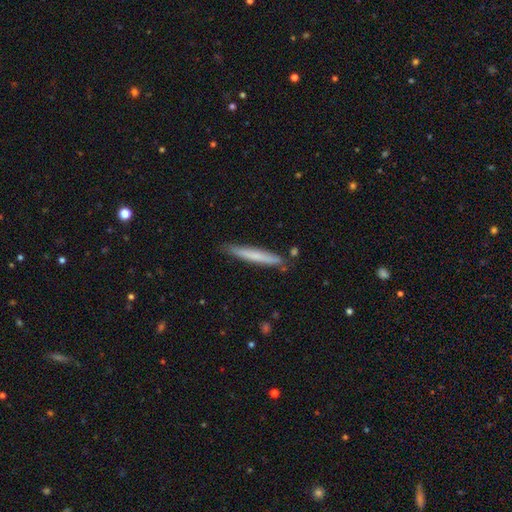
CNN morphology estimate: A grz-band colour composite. It shows a smooth galaxy with no disk features (64%) that is cigar-shaped (96%). Merging: none (83%).